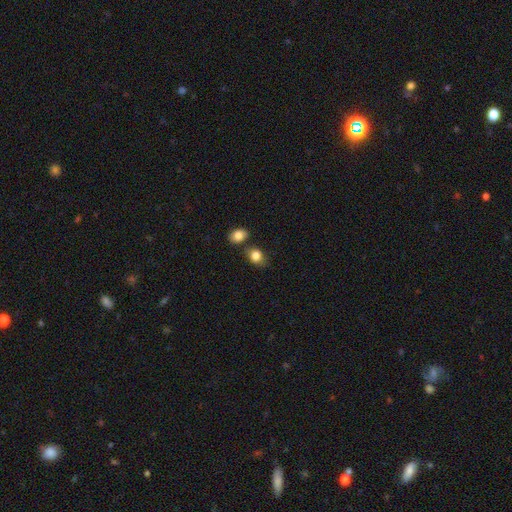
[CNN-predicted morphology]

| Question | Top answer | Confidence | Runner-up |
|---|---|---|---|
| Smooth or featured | smooth | 84% | star or artifact (9%) |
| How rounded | in between | 54% | round (44%) |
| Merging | none | 65% | merger (16%) |